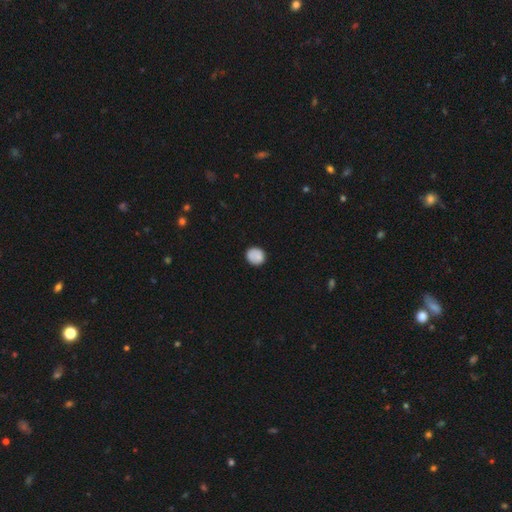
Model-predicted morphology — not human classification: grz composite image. It shows a smooth galaxy with no disk features (84%) that is round (85%). Merging: none (81%).